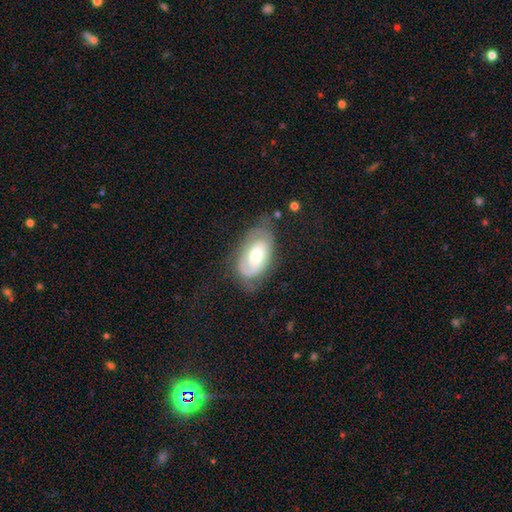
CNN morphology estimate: Smooth or featured: featured or disk — 60% (smooth — 33%)
Edge-on disk: no — 92% (yes — 8%)
Bar: no — 74% (weak — 21%)
Spiral arms: yes — 69% (no — 31%)
Bulge size: moderate — 62% (small — 28%)
Merging: none — 59% (minor disturbance — 26%)